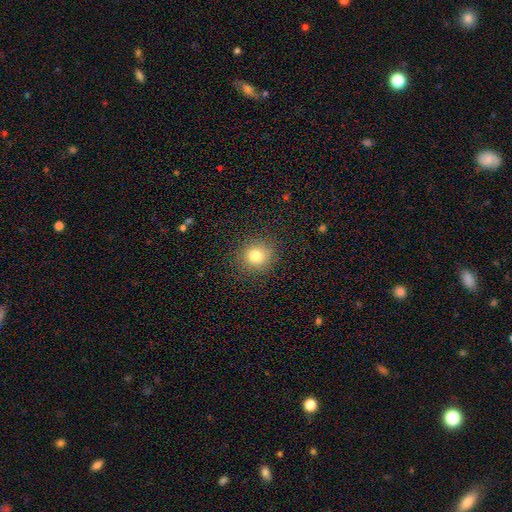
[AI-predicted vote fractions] A smooth galaxy with no disk features (78%) that is round (88%).

Vote fractions:
- Smooth or featured? smooth: 78% / star or artifact: 14% / featured or disk: 8%
- How rounded? round: 88% / in between: 11% / cigar-shaped: 1%
- Merging? none: 88% / minor disturbance: 8% / major disturbance: 3% / merger: 1%